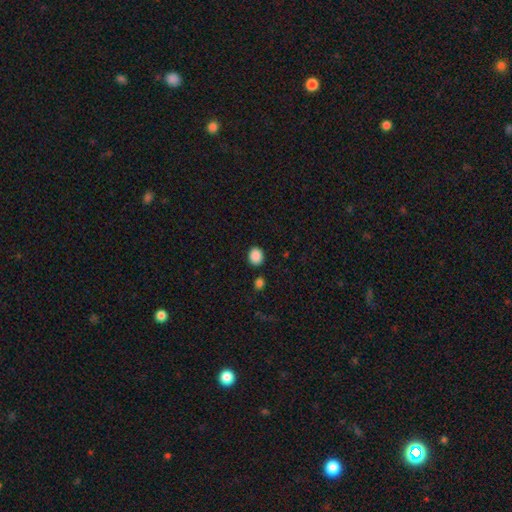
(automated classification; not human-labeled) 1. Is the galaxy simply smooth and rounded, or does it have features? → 89% smooth, 9% star or artifact, 3% featured or disk.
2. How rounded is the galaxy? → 55% round, 44% in between, 1% cigar-shaped.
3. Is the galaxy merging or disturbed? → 85% none, 9% minor disturbance, 4% merger, 3% major disturbance.